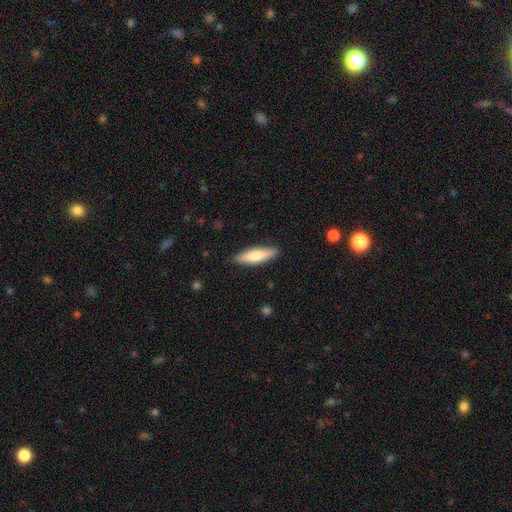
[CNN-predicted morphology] type=smooth (72%); roundness=cigar-shaped (64%); merging=none (86%).